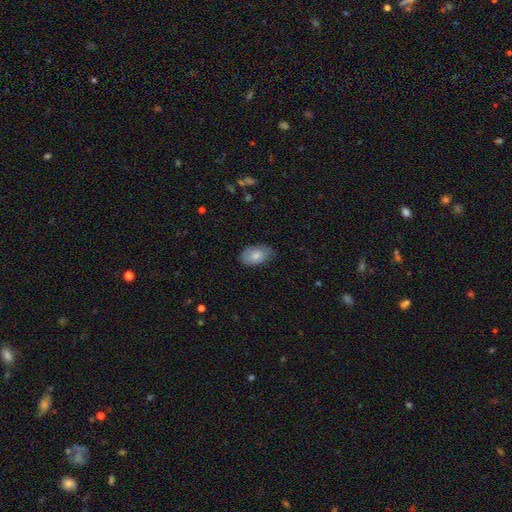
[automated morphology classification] This is likely a smooth galaxy (74%). How rounded: clearly in between (91%). Merging: likely none (69%).